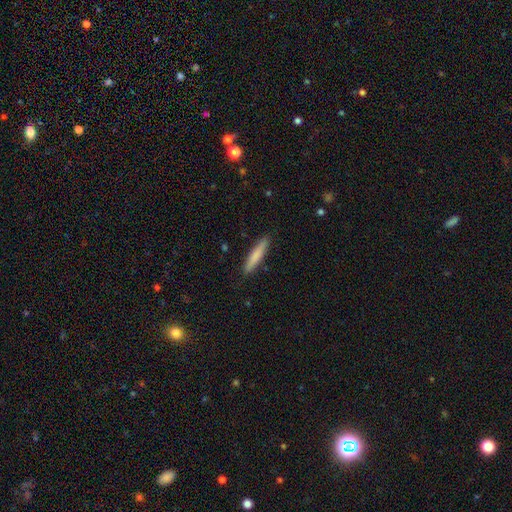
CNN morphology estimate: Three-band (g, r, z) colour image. It shows a smooth galaxy with no disk features (77%) that is cigar-shaped (91%). Merging: none (90%).